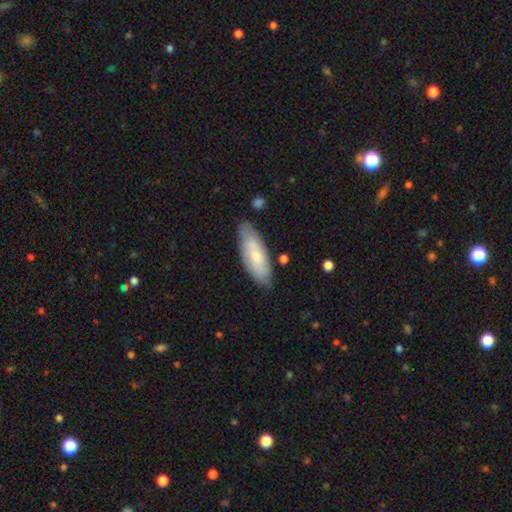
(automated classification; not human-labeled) This is likely a smooth galaxy (64%). How rounded: likely in between (70%). Merging: likely none (79%).